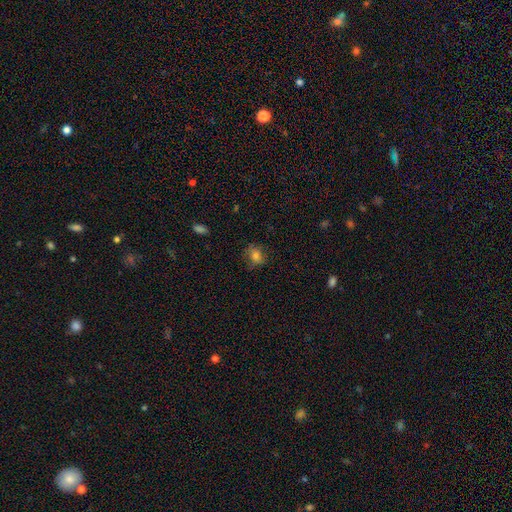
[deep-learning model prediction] The model was most divided on "how rounded": round: 56%, in between: 43%, cigar-shaped: 1%. More confident: smooth or featured — smooth (77%); merging — none (70%).